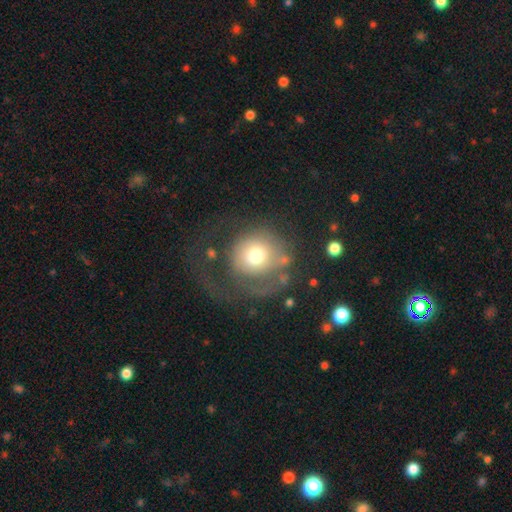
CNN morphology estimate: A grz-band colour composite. It shows a smooth galaxy with no disk features (59%) that is round (85%). Merging: major disturbance (47%).